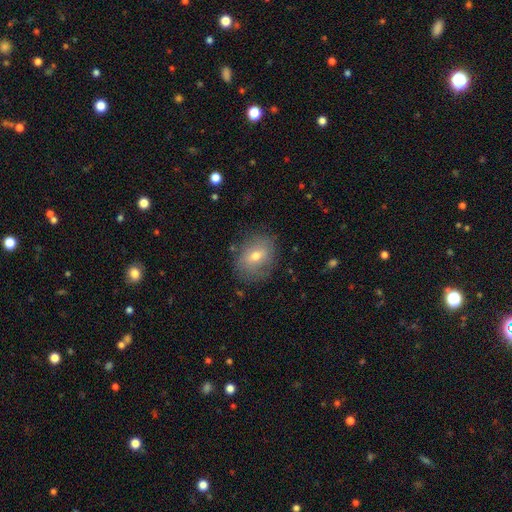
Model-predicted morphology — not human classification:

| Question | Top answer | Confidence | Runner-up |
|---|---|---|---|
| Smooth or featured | smooth | 57% | featured or disk (32%) |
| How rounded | in between | 54% | round (44%) |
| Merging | none | 76% | minor disturbance (17%) |